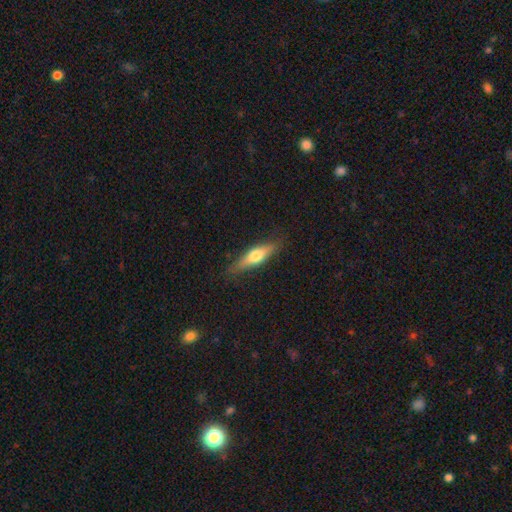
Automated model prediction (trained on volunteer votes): Morphology: type=smooth (57%); roundness=cigar-shaped (63%); merging=none (82%).